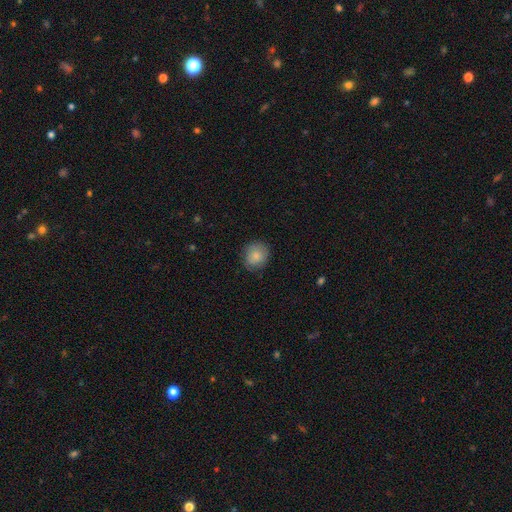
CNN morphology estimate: smooth-or-featured: smooth: 84% | featured or disk: 8% | star or artifact: 7%
  how-rounded: round: 85% | in between: 14% | cigar-shaped: 1%
  merging: none: 81% | minor disturbance: 14% | major disturbance: 3% | merger: 1%